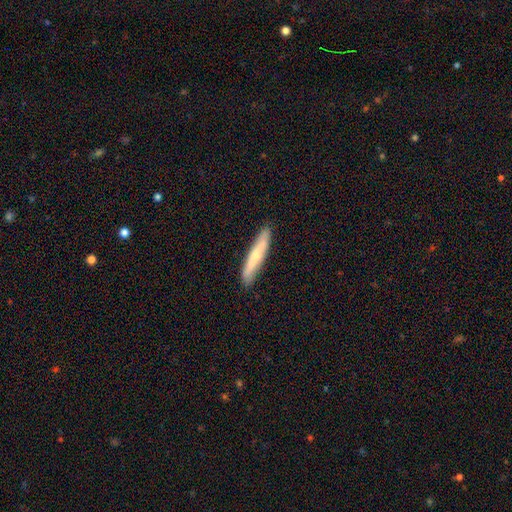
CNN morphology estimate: Smooth or featured?
  - smooth: 51% *
  - featured or disk: 44%
  - star or artifact: 6%
How rounded?
  - cigar-shaped: 91% *
  - in between: 7%
  - round: 1%
Merging?
  - none: 88% *
  - minor disturbance: 9%
  - major disturbance: 2%
  - merger: 1%